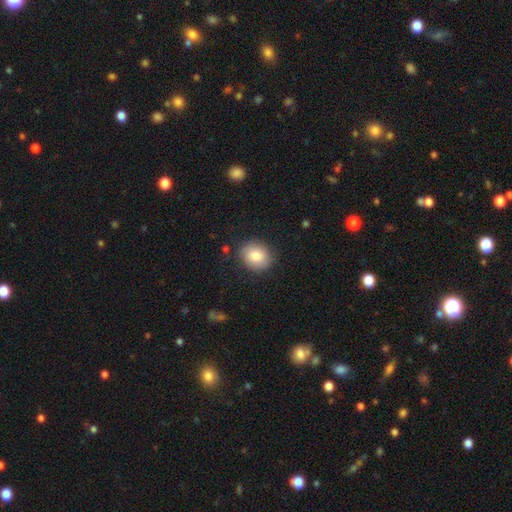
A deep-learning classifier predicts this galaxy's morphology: This appears to be a smooth galaxy with no disk features (80%) that is round (69%). Merging: none (82%).